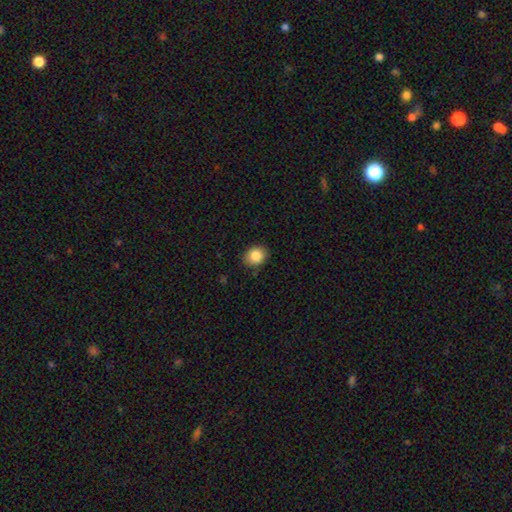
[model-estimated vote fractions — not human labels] This appears to be a smooth galaxy with no disk features (85%) that is round (61%). Merging: none (87%).